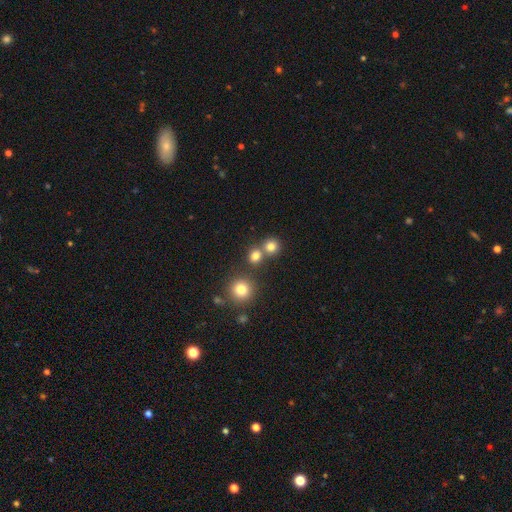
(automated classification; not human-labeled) Smooth or featured: smooth — 78% (star or artifact — 15%)
How rounded: round — 87% (in between — 12%)
Merging: none — 65% (merger — 25%)